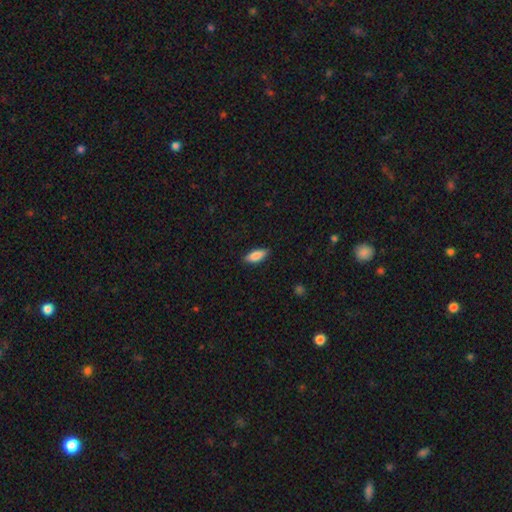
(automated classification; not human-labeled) A smooth galaxy with no disk features (85%) that is in between round and cigar-shaped (76%). Merging: none (86%).